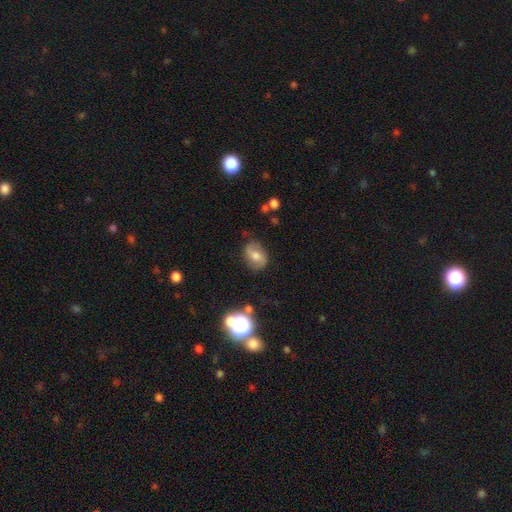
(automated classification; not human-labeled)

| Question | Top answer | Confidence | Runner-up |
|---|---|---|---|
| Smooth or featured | featured or disk | 51% | smooth (39%) |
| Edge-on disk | no | 96% | yes (4%) |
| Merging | none | 78% | minor disturbance (16%) |